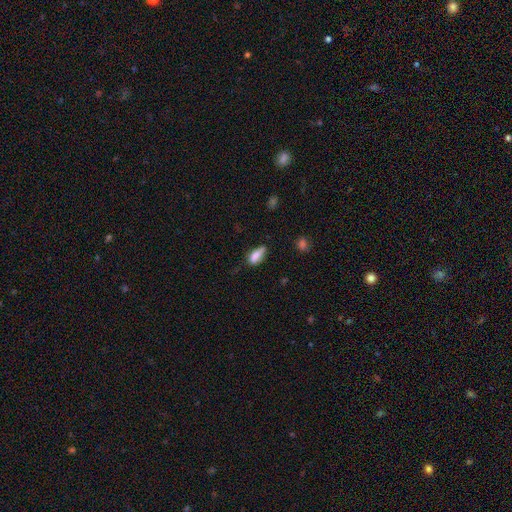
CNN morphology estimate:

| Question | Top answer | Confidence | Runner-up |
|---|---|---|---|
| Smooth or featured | smooth | 80% | featured or disk (11%) |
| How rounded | in between | 75% | cigar-shaped (21%) |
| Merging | none | 46% | minor disturbance (36%) |